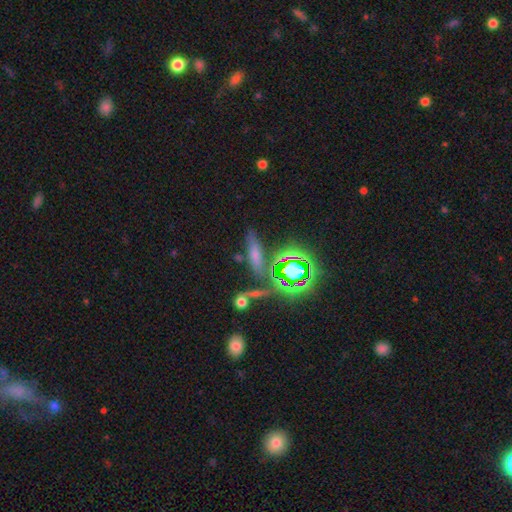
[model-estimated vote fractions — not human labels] A smooth galaxy with no disk features (51%) that is cigar-shaped (61%).

Vote fractions:
- Smooth or featured? smooth: 51% / star or artifact: 29% / featured or disk: 20%
- How rounded? cigar-shaped: 61% / in between: 30% / round: 8%
- Merging? none: 69% / minor disturbance: 15% / merger: 10% / major disturbance: 6%